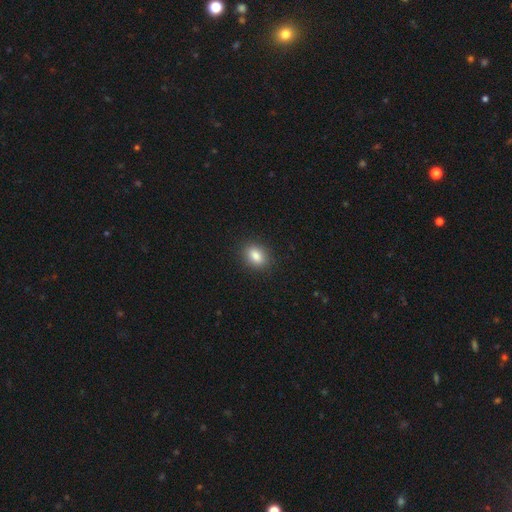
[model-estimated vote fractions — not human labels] smooth-or-featured: smooth: 86% | star or artifact: 9% | featured or disk: 5%
  how-rounded: in between: 77% | round: 22% | cigar-shaped: 2%
  merging: none: 89% | minor disturbance: 8% | major disturbance: 2% | merger: 1%